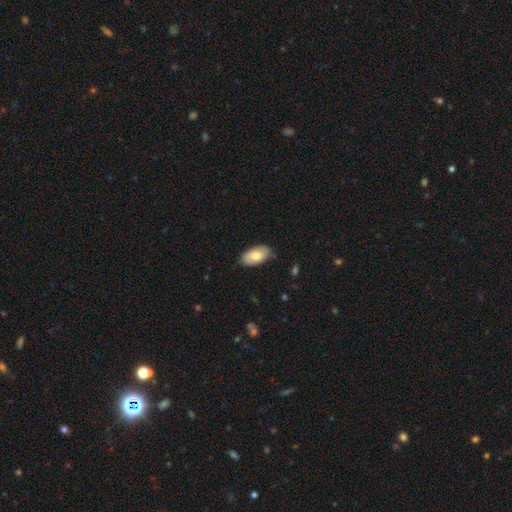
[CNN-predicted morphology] This is likely a smooth galaxy (76%). How rounded: clearly in between (95%). Merging: clearly none (82%).